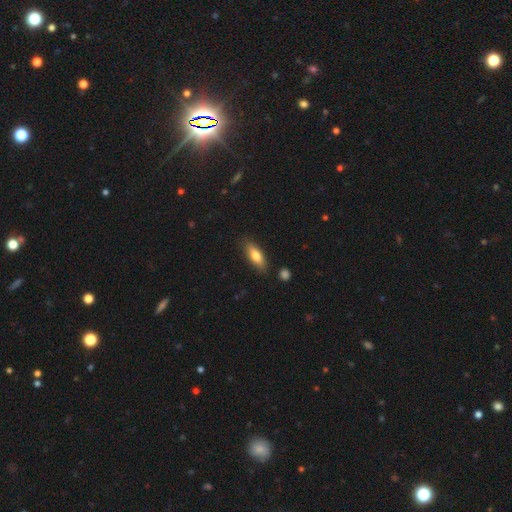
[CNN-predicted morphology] smooth 74%, featured or disk 20%, star or artifact 6%. Down the decision tree: how rounded — in between (61%); merging — none (85%).